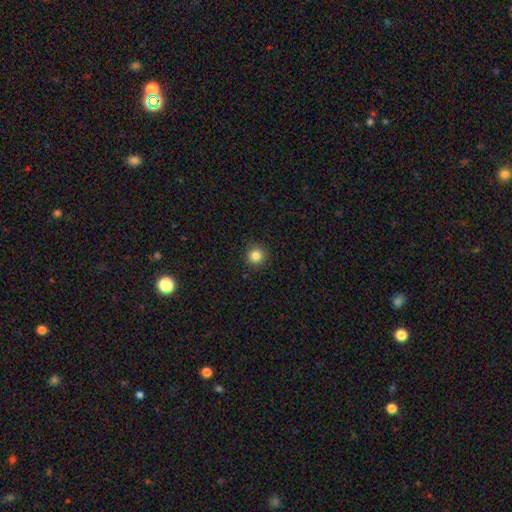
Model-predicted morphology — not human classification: A smooth galaxy with no disk features (83%) that is round (95%).

Vote fractions:
- Smooth or featured? smooth: 83% / star or artifact: 12% / featured or disk: 5%
- How rounded? round: 95% / in between: 5% / cigar-shaped: 1%
- Merging? none: 91% / minor disturbance: 6% / major disturbance: 2% / merger: 1%